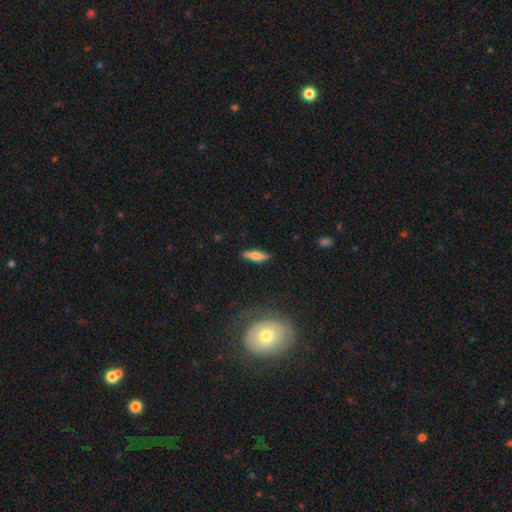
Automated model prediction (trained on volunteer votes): Q: Smooth or featured?
A: smooth (68%); runner-up: featured or disk (25%)
Q: How rounded?
A: cigar-shaped (52%); runner-up: in between (45%)
Q: Merging?
A: none (87%); runner-up: minor disturbance (9%)